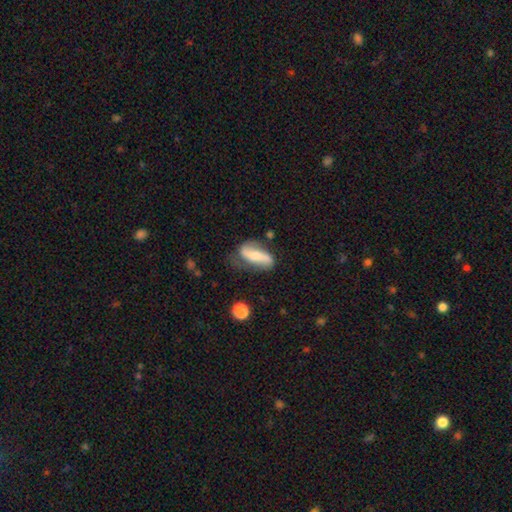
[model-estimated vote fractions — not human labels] This is possibly a featured or disk galaxy (55%). It is clearly not viewed edge-on (84%). Merging: possibly none (57%).